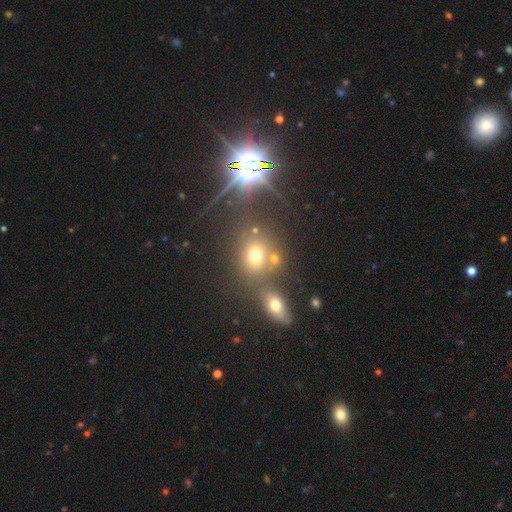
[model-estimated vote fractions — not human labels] Morphology: type=smooth (63%); roundness=round (65%); merging=none (60%).